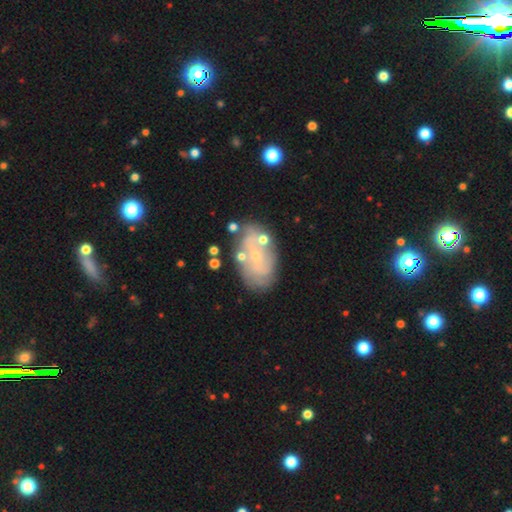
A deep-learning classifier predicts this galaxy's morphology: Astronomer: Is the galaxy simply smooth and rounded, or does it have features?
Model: featured or disk — 60%.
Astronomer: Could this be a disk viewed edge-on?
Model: no — 95%.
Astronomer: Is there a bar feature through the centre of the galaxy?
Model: no — 77%.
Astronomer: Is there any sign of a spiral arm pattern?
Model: yes — 55% (runner-up: no, 45%).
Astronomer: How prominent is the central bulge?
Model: small — 79%.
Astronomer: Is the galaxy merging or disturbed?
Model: none — 65%.